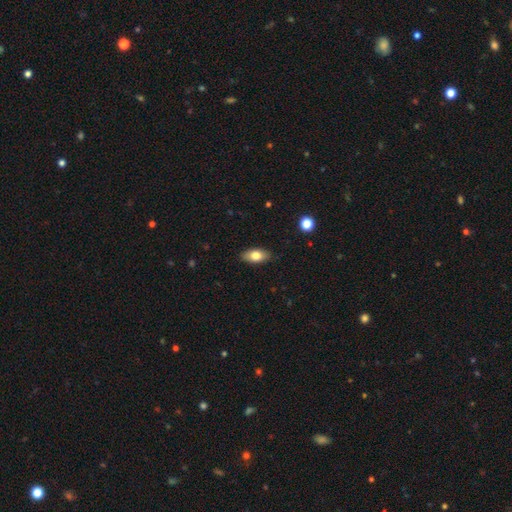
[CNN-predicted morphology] type=smooth (78%); roundness=in between (89%); merging=none (87%).